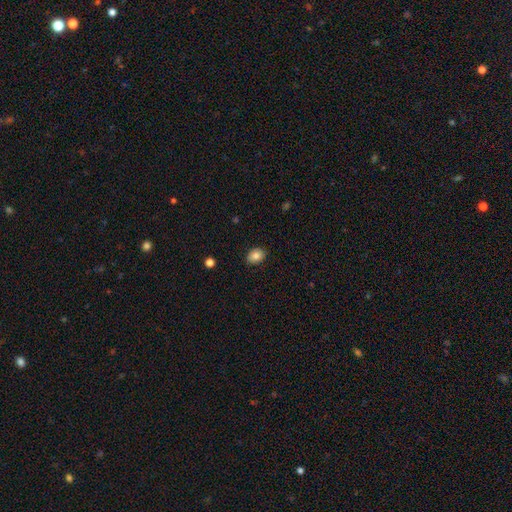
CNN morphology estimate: Smooth or featured? smooth (83%)
How rounded? in between (65%)
Merging? none (87%)